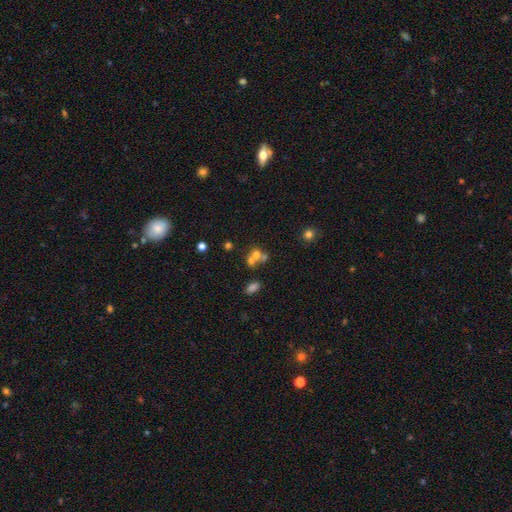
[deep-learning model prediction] Q: Smooth or featured?
A: smooth (61%); runner-up: featured or disk (22%)
Q: How rounded?
A: round (68%); runner-up: in between (31%)
Q: Merging?
A: merger (55%); runner-up: none (33%)